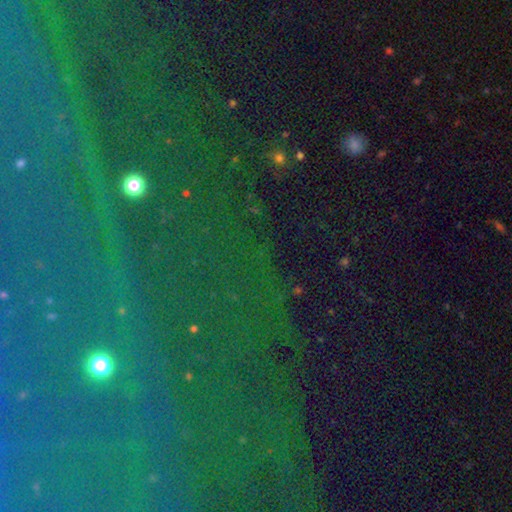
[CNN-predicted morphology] A star or artifact, not a galaxy (76%).